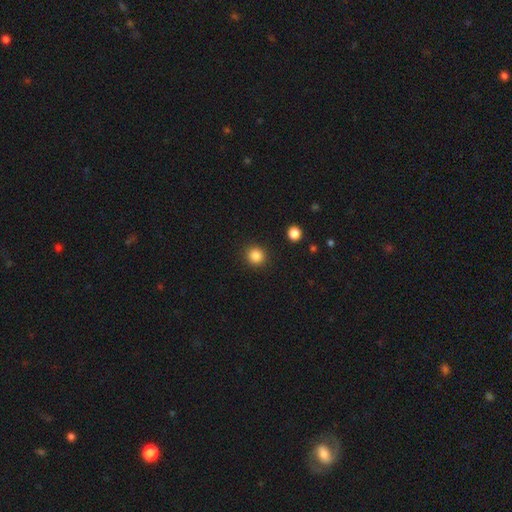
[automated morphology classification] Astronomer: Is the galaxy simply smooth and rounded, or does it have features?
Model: smooth — 85%.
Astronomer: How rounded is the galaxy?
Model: round — 92%.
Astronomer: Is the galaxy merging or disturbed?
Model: none — 91%.